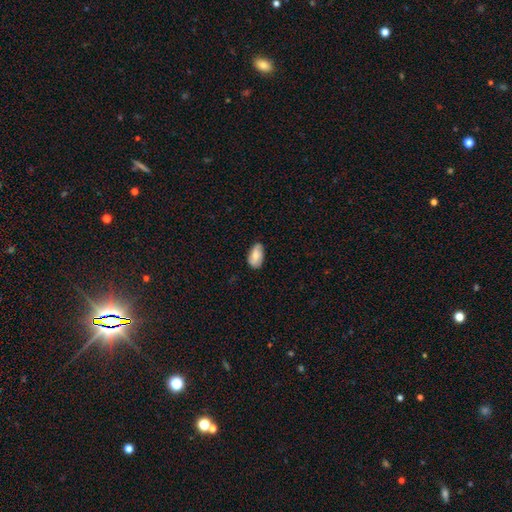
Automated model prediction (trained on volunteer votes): Smooth or featured? Predicted: smooth (p=0.66). How rounded? Predicted: in between (p=0.93). Merging? Predicted: none (p=0.72).